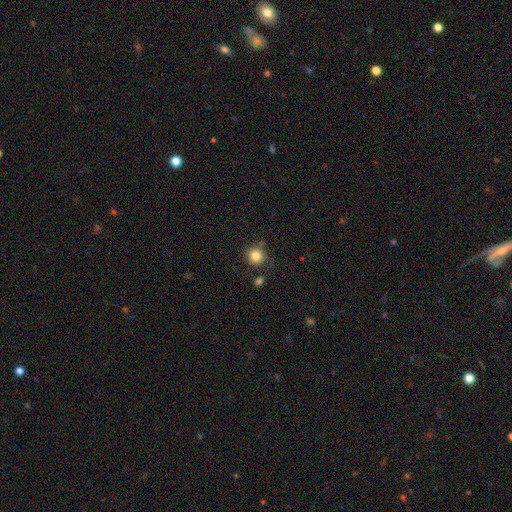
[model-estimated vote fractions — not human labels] smooth 83%, star or artifact 11%, featured or disk 6%. Down the decision tree: how rounded — round (91%); merging — none (78%).